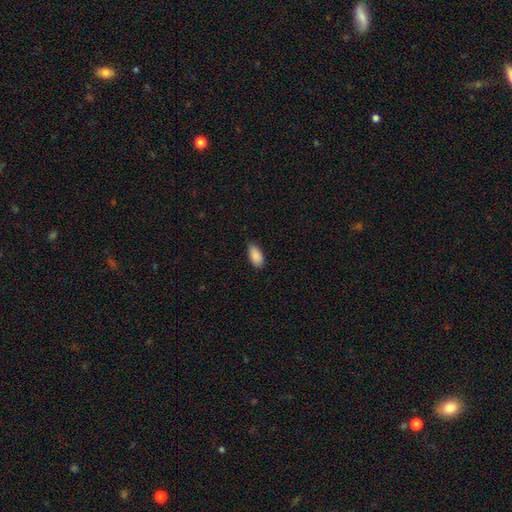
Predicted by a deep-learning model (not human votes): A smooth galaxy with no disk features (89%) that is in between round and cigar-shaped (93%). Merging: none (77%).